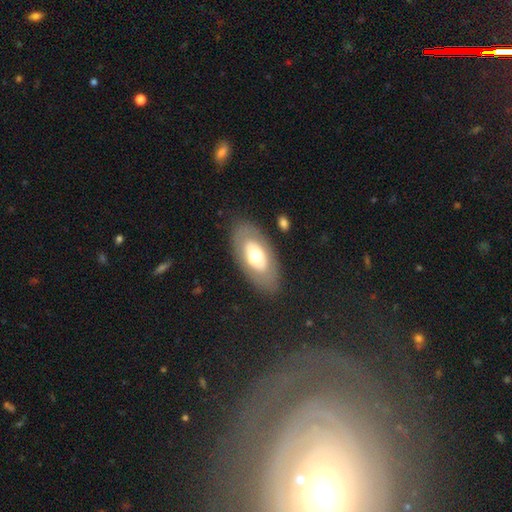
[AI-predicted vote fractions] This is possibly a smooth galaxy (50%). How rounded: clearly in between (91%). Merging: clearly none (81%).